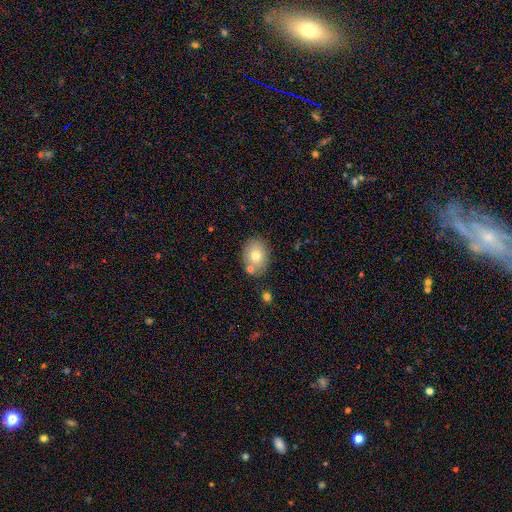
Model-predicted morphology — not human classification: smooth_or_featured: smooth (p=0.74) [alt: featured or disk p=0.17]
how_rounded: in between (p=0.65) [alt: round p=0.34]
merging: none (p=0.75) [alt: minor disturbance p=0.12]